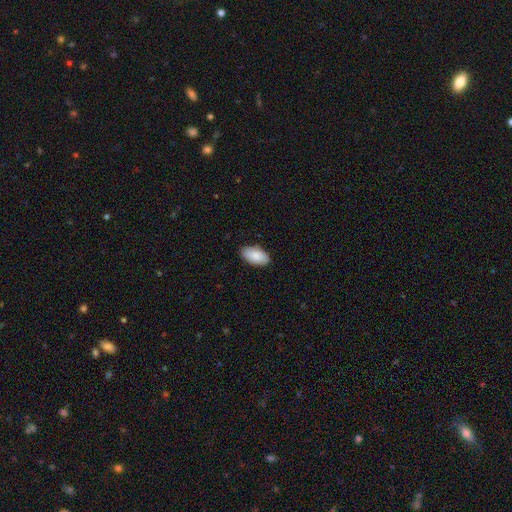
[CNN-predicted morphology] Smooth or featured? smooth (87%)
How rounded? in between (95%)
Merging? none (86%)